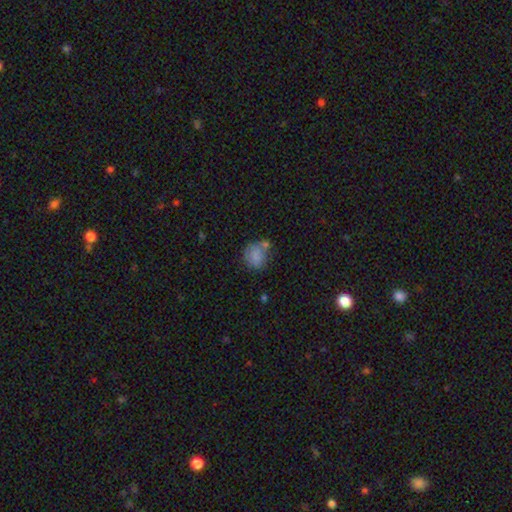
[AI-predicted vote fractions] The model was most divided on "merging": none: 46%, minor disturbance: 23%, merger: 21%, major disturbance: 10%. More confident: smooth or featured — smooth (77%); how rounded — round (62%).